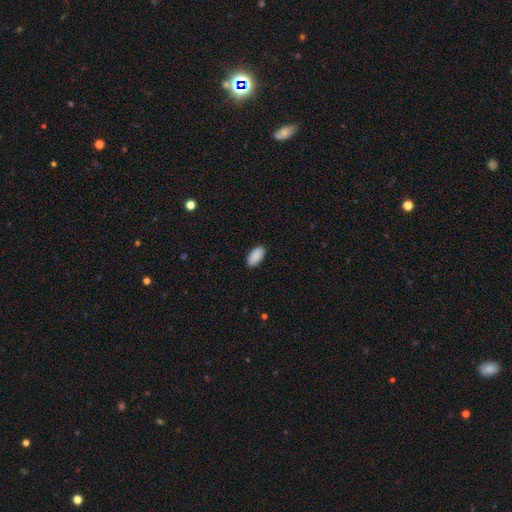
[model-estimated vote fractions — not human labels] Q: Smooth or featured?
A: smooth (91%); runner-up: star or artifact (6%)
Q: How rounded?
A: in between (95%); runner-up: cigar-shaped (3%)
Q: Merging?
A: none (89%); runner-up: minor disturbance (8%)